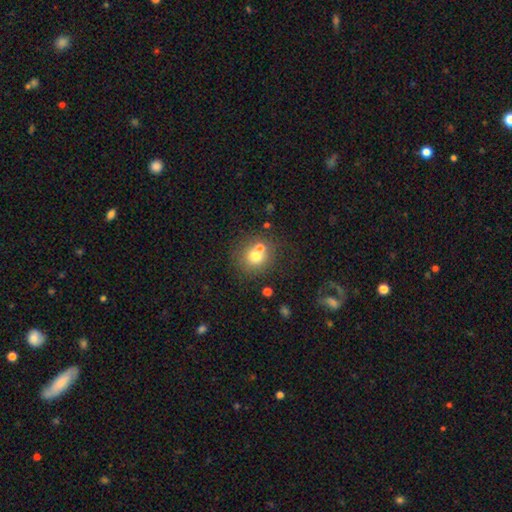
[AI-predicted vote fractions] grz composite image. It shows a smooth galaxy with no disk features (69%) that is round (87%). Merging: none (55%).